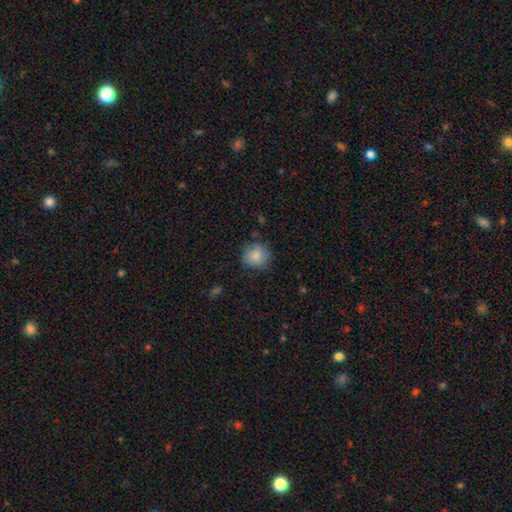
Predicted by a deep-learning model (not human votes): Smooth or featured?
  - smooth: 83% *
  - featured or disk: 9%
  - star or artifact: 8%
How rounded?
  - round: 87% *
  - in between: 12%
  - cigar-shaped: 1%
Merging?
  - none: 78% *
  - minor disturbance: 17%
  - major disturbance: 4%
  - merger: 1%